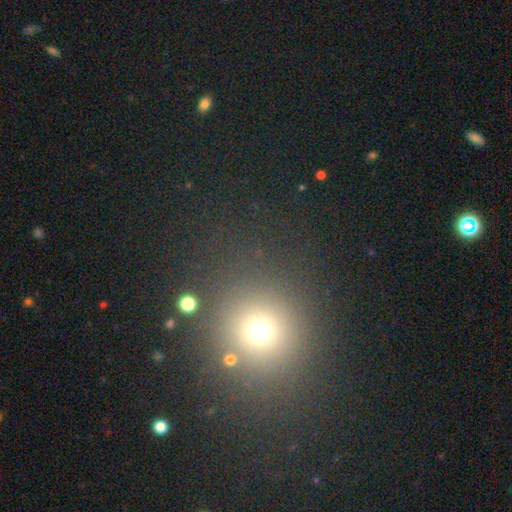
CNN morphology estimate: type=smooth (56%); roundness=round (88%); merging=none (87%).